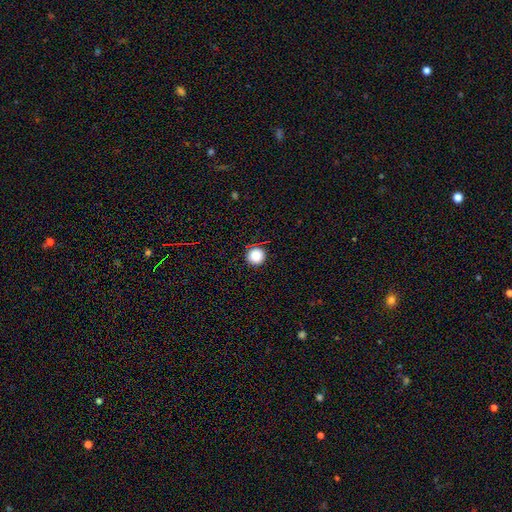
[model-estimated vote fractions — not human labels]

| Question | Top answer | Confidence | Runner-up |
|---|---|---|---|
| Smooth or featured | smooth | 86% | star or artifact (10%) |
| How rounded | round | 97% | in between (2%) |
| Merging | none | 92% | minor disturbance (5%) |